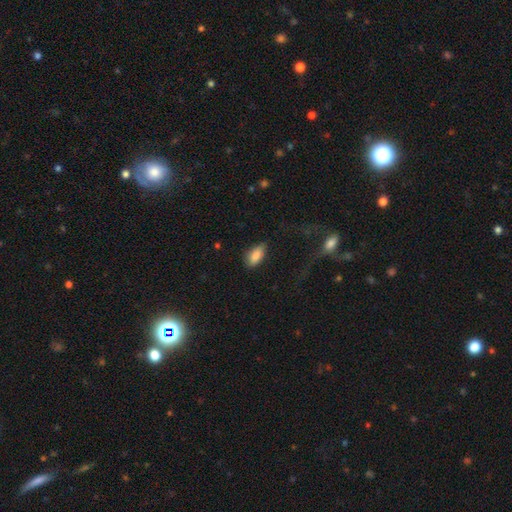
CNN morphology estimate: Smooth or featured?
  - smooth: 85% *
  - featured or disk: 8%
  - star or artifact: 7%
How rounded?
  - in between: 90% *
  - cigar-shaped: 7%
  - round: 3%
Merging?
  - none: 77% *
  - minor disturbance: 18%
  - major disturbance: 4%
  - merger: 2%